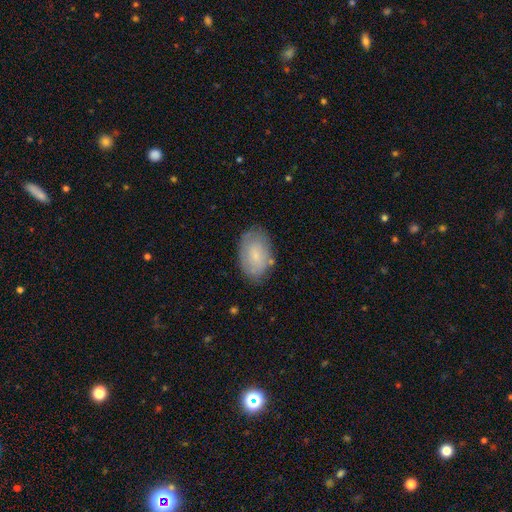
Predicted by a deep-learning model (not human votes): The model was most divided on "smooth or featured": smooth: 67%, featured or disk: 26%, star or artifact: 7%. More confident: how rounded — in between (90%); merging — none (76%).